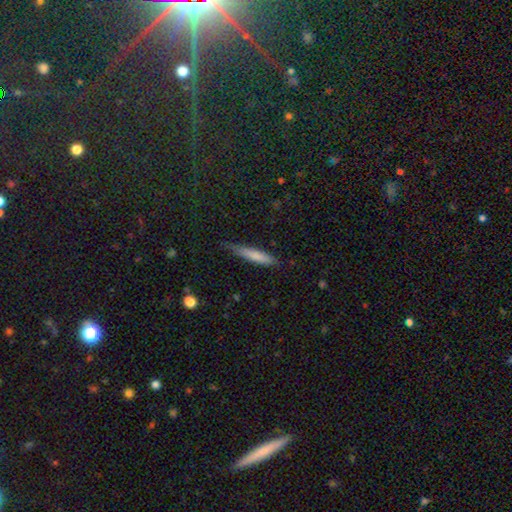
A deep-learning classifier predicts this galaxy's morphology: smooth 75%, featured or disk 18%, star or artifact 6%. Down the decision tree: how rounded — cigar-shaped (89%); merging — none (69%).